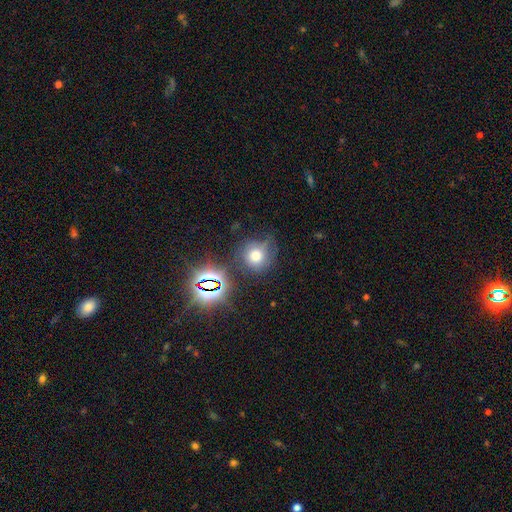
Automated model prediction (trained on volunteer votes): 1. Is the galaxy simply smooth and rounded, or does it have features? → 63% smooth, 23% star or artifact, 13% featured or disk.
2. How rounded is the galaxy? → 86% round, 13% in between, 1% cigar-shaped.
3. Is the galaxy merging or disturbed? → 60% none, 22% minor disturbance, 12% major disturbance, 6% merger.